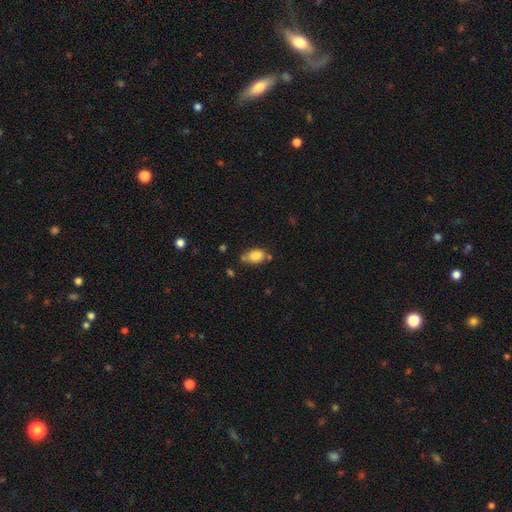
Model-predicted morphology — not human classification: Overall: smooth (85%). How rounded: in between (80%). Merging: none (54%; minor disturbance 29%).